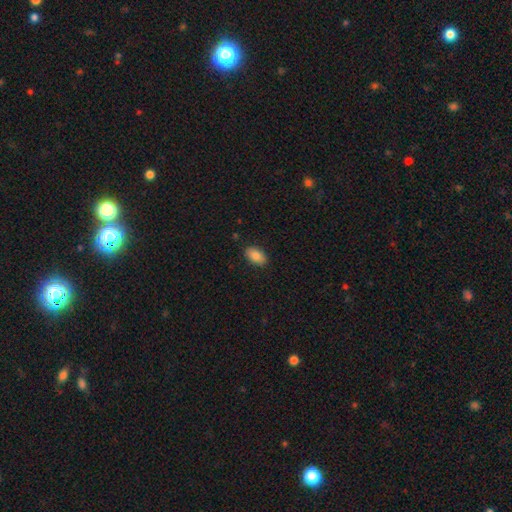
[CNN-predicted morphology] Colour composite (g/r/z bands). It shows a smooth galaxy with no disk features (86%) that is in between round and cigar-shaped (93%). Merging: none (88%).